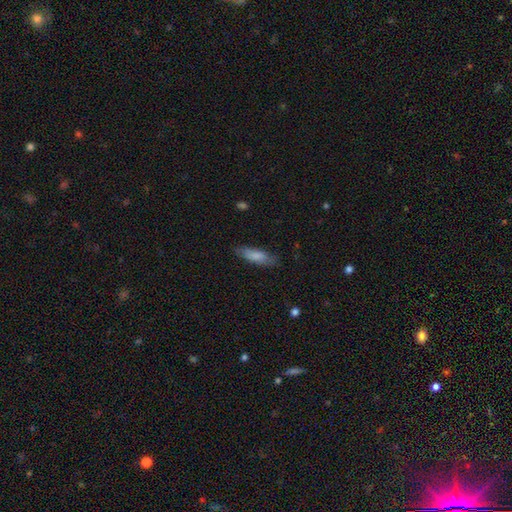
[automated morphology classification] Smooth or featured?
  - smooth: 80% *
  - featured or disk: 15%
  - star or artifact: 6%
How rounded?
  - cigar-shaped: 51% *
  - in between: 47%
  - round: 2%
Merging?
  - none: 78% *
  - minor disturbance: 17%
  - major disturbance: 4%
  - merger: 1%